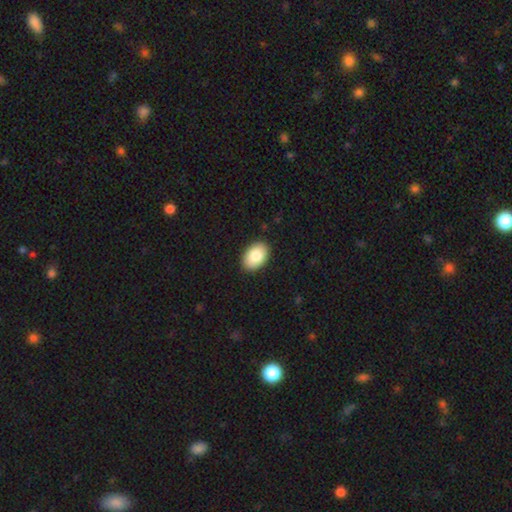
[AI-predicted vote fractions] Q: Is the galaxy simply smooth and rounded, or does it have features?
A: smooth — 86%.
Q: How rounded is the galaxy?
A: in between — 89%.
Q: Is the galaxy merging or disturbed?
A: none — 90%.